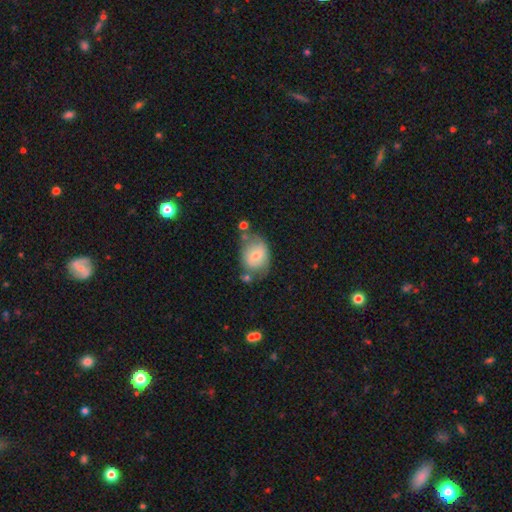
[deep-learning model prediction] A smooth galaxy with no disk features (63%) that is in between round and cigar-shaped (52%). Merging: none (52%).